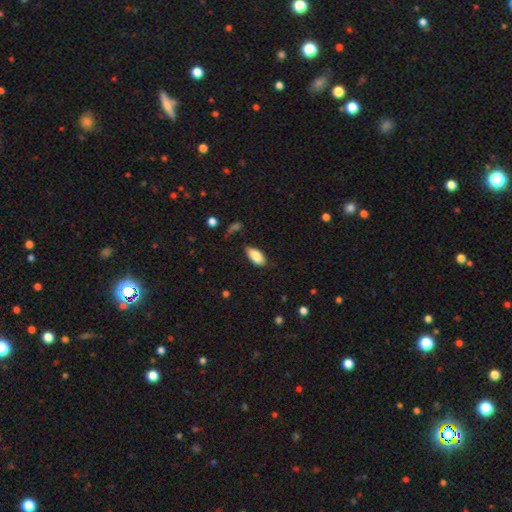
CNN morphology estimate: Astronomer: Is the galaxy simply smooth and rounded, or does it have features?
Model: smooth — 83%.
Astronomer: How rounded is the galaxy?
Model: in between — 92%.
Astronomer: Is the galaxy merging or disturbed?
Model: none — 77%.